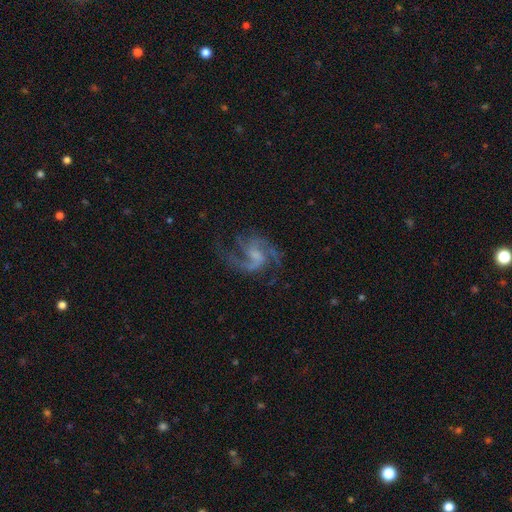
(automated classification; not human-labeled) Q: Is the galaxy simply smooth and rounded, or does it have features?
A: featured or disk — 89%.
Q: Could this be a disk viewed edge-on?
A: no — 98%.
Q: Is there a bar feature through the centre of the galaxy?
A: weak — 46%.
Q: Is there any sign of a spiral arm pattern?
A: yes — 97%.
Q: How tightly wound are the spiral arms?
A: medium — 55%.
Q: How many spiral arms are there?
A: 2 — 38%.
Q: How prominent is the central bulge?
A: small — 39%.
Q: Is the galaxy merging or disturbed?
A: none — 65%.